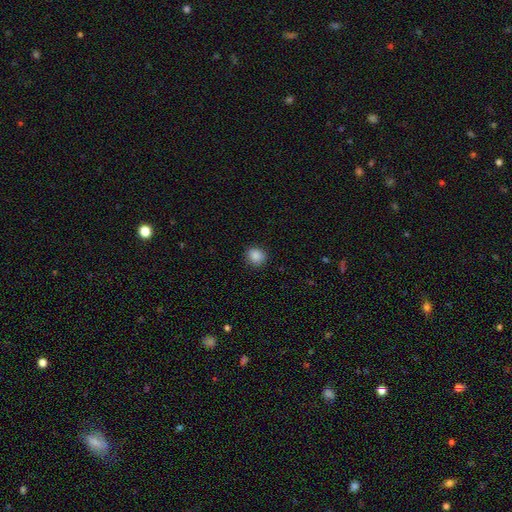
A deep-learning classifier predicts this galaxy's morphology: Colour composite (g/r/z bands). It shows a smooth galaxy with no disk features (87%) that is round (78%). Merging: none (90%).